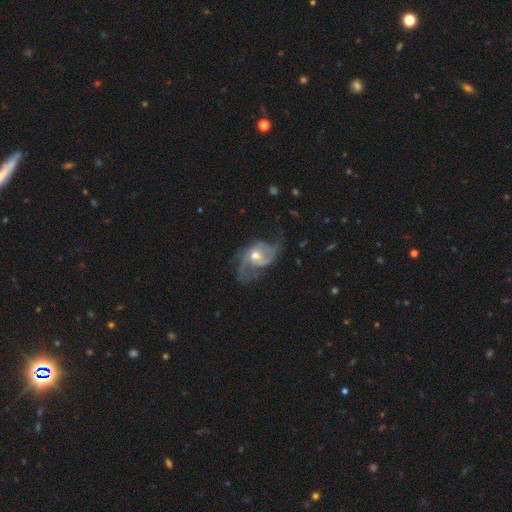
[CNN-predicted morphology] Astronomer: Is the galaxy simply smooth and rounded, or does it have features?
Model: featured or disk — 79%.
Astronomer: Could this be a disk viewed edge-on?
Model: no — 97%.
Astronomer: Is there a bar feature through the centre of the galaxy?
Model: no — 64%.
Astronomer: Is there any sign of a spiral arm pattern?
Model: yes — 88%.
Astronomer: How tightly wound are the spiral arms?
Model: medium — 42% (runner-up: loose, 41%).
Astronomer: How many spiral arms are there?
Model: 2 — 53%.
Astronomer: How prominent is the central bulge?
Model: moderate — 71%.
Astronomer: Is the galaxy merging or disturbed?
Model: none — 41% (runner-up: major disturbance, 32%).